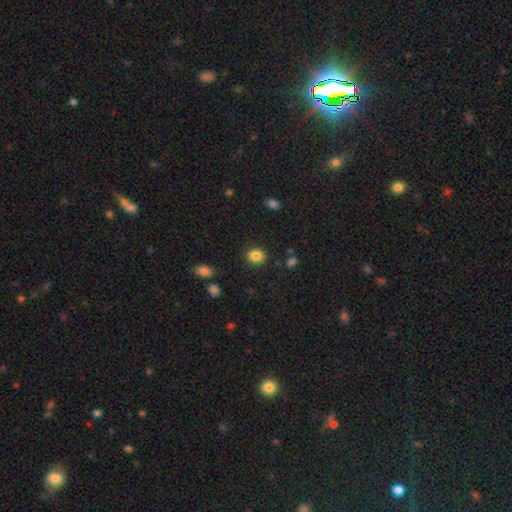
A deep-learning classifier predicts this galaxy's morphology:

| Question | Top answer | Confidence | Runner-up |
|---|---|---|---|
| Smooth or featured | smooth | 85% | star or artifact (11%) |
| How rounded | round | 68% | in between (32%) |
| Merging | none | 87% | minor disturbance (8%) |